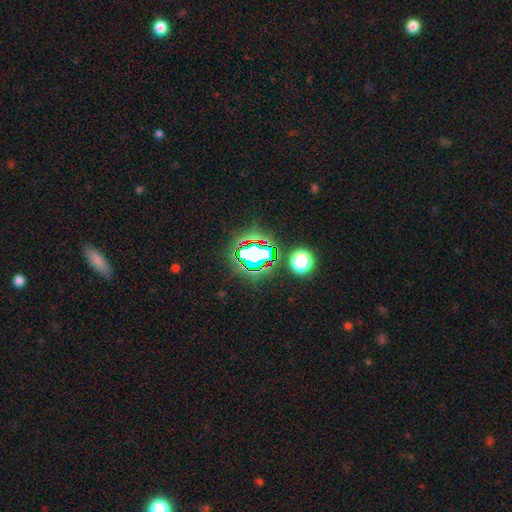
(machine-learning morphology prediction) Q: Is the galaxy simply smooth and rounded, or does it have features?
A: star or artifact — 78%.